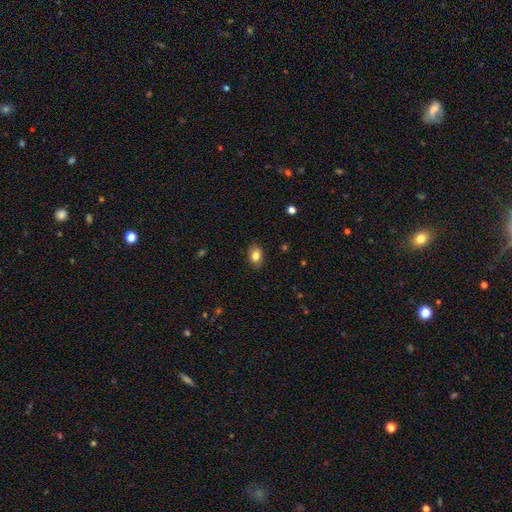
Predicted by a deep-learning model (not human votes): A smooth galaxy with no disk features (83%) that is in between round and cigar-shaped (76%).

Vote fractions:
- Smooth or featured? smooth: 83% / star or artifact: 9% / featured or disk: 8%
- How rounded? in between: 76% / round: 23% / cigar-shaped: 1%
- Merging? none: 86% / minor disturbance: 11% / major disturbance: 2% / merger: 1%